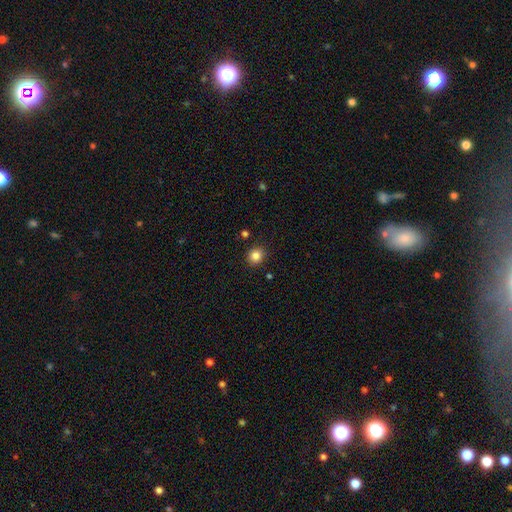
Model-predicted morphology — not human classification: Smooth or featured: smooth — 84% (star or artifact — 11%)
How rounded: round — 86% (in between — 13%)
Merging: none — 89% (minor disturbance — 7%)